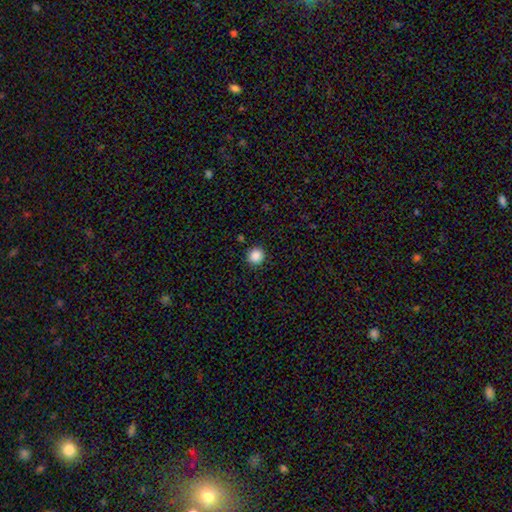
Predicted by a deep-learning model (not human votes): smooth 87%, star or artifact 10%, featured or disk 3%. Down the decision tree: how rounded — round (94%); merging — none (91%).